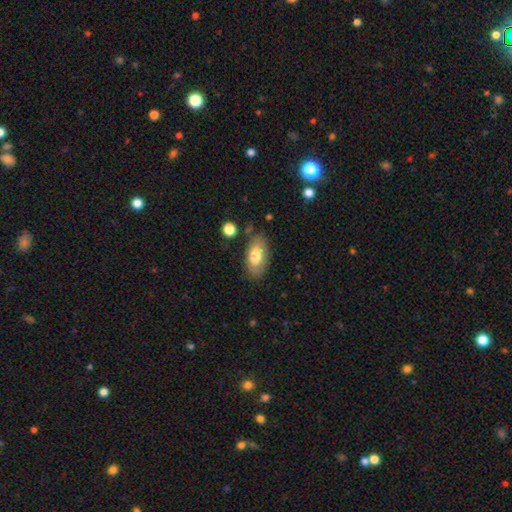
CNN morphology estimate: This appears to be a smooth galaxy with no disk features (71%) that is in between round and cigar-shaped (92%). Merging: none (77%).